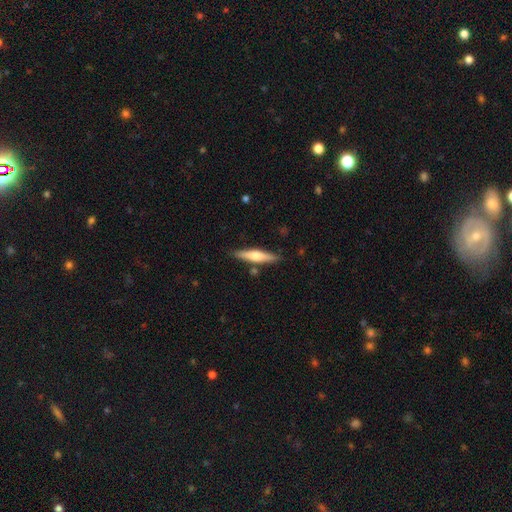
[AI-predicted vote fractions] Smooth or featured?
  - featured or disk: 48% *
  - smooth: 47%
  - star or artifact: 5%
Merging?
  - none: 84% *
  - minor disturbance: 10%
  - merger: 4%
  - major disturbance: 2%